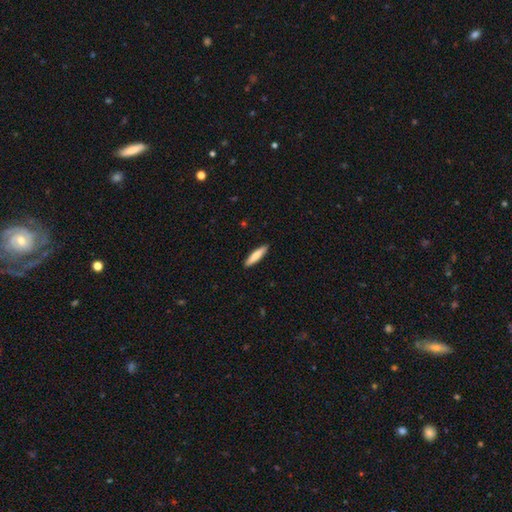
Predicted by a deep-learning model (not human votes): Q: Smooth or featured?
A: smooth (77%); runner-up: featured or disk (18%)
Q: How rounded?
A: cigar-shaped (84%); runner-up: in between (14%)
Q: Merging?
A: none (91%); runner-up: minor disturbance (7%)